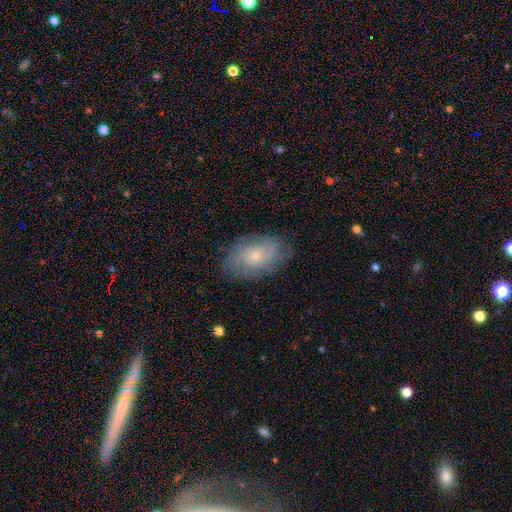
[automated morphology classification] featured or disk 61%, smooth 31%, star or artifact 8%. Down the decision tree: edge-on disk — no (95%); bar — no (82%); spiral arms — yes (86%); bulge size — small (69%); merging — none (77%).